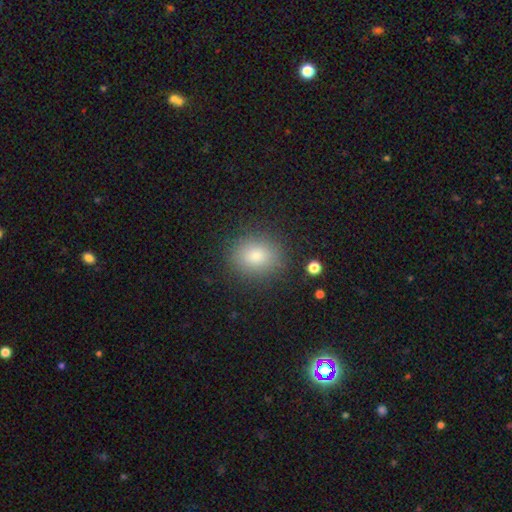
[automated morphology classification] The model was most divided on "how rounded": round: 57%, in between: 42%, cigar-shaped: 1%. More confident: merging — none (87%); smooth or featured — smooth (82%).